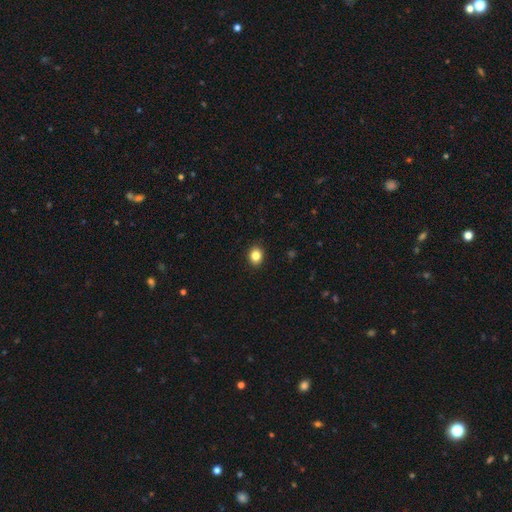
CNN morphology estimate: smooth_or_featured: smooth (p=0.85) [alt: star or artifact p=0.10]
how_rounded: round (p=0.63) [alt: in between p=0.36]
merging: none (p=0.91) [alt: minor disturbance p=0.06]